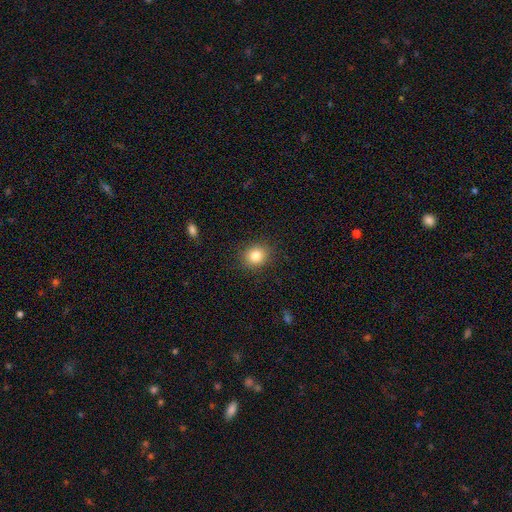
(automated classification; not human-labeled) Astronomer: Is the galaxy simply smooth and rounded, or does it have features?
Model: smooth — 83%.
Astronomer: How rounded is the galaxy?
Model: round — 75%.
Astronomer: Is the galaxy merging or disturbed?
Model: none — 89%.